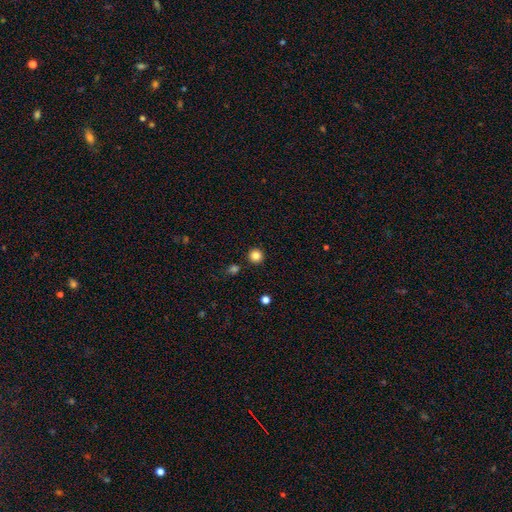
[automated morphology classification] A smooth galaxy with no disk features (84%) that is round (95%).

Vote fractions:
- Smooth or featured? smooth: 84% / star or artifact: 12% / featured or disk: 4%
- How rounded? round: 95% / in between: 4% / cigar-shaped: 1%
- Merging? none: 90% / minor disturbance: 5% / merger: 3% / major disturbance: 2%